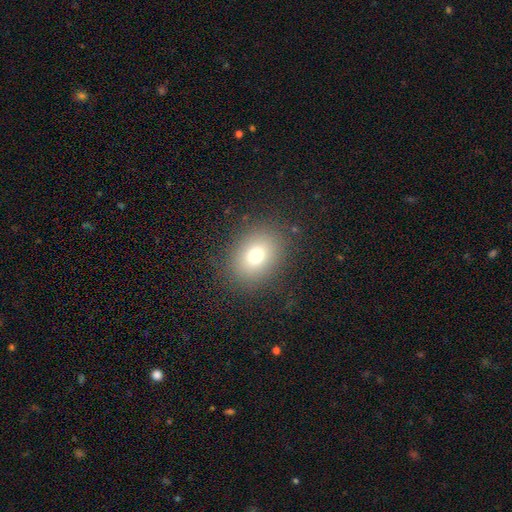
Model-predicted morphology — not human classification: Q: Smooth or featured?
A: smooth (74%); runner-up: star or artifact (15%)
Q: How rounded?
A: in between (53%); runner-up: round (46%)
Q: Merging?
A: none (84%); runner-up: minor disturbance (10%)